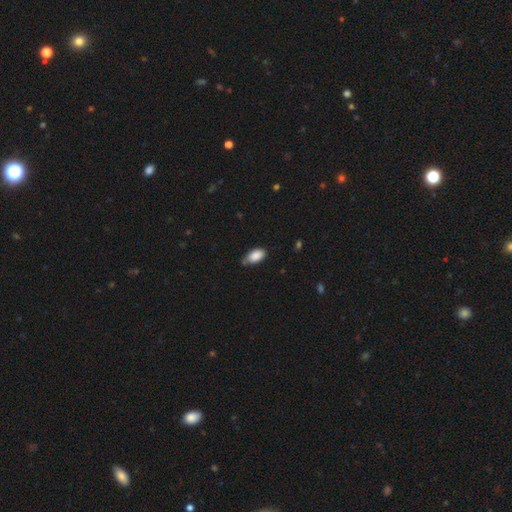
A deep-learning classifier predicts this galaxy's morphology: Q: Smooth or featured?
A: smooth (87%); runner-up: star or artifact (7%)
Q: How rounded?
A: in between (94%); runner-up: round (4%)
Q: Merging?
A: none (62%); runner-up: minor disturbance (30%)